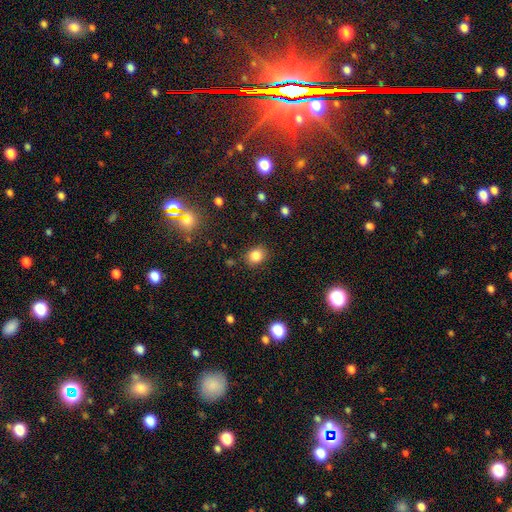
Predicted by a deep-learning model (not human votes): Smooth or featured? smooth (84%)
How rounded? round (56%)
Merging? none (86%)